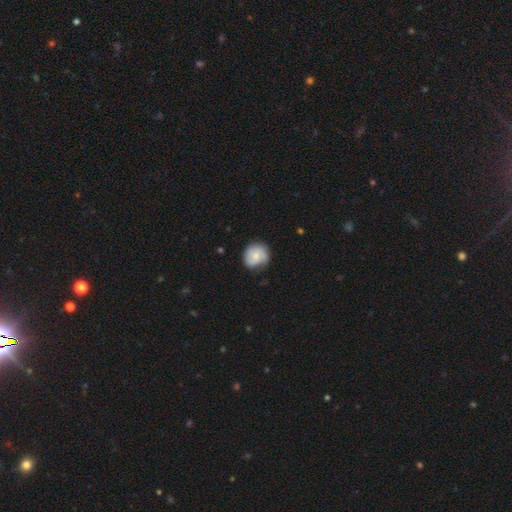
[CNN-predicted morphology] A smooth galaxy with no disk features (61%) that is round (78%).

Vote fractions:
- Smooth or featured? smooth: 61% / featured or disk: 32% / star or artifact: 7%
- How rounded? round: 78% / in between: 21% / cigar-shaped: 1%
- Merging? none: 67% / minor disturbance: 26% / major disturbance: 6% / merger: 2%